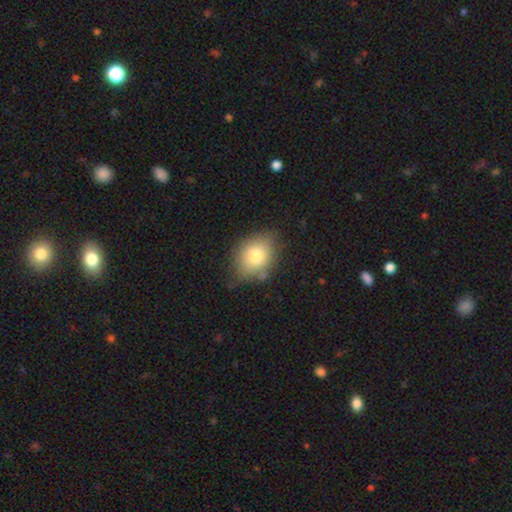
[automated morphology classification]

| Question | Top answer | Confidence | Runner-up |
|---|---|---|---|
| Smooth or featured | smooth | 78% | featured or disk (13%) |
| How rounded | in between | 59% | round (39%) |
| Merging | none | 70% | minor disturbance (23%) |